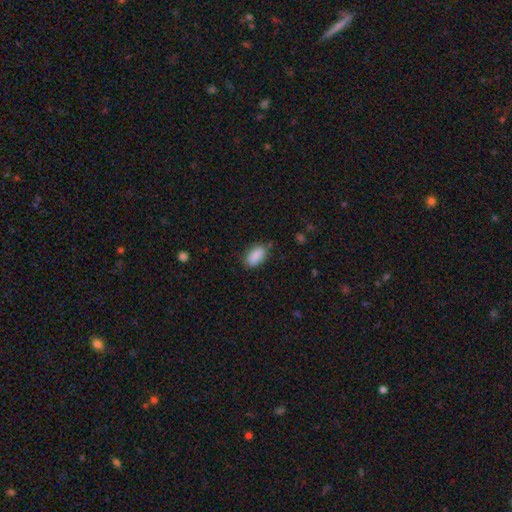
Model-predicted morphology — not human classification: Smooth or featured? smooth (87%)
How rounded? in between (90%)
Merging? none (76%)